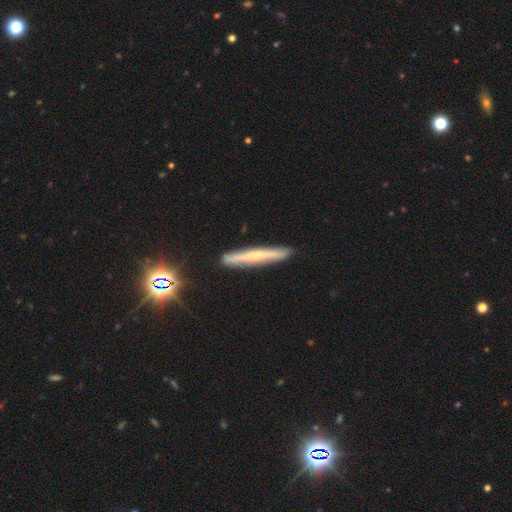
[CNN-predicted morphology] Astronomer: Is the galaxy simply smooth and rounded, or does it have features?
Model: featured or disk — 60%.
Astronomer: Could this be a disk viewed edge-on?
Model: yes — 92%.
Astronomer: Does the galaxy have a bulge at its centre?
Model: rounded — 69%.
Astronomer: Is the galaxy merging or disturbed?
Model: none — 89%.